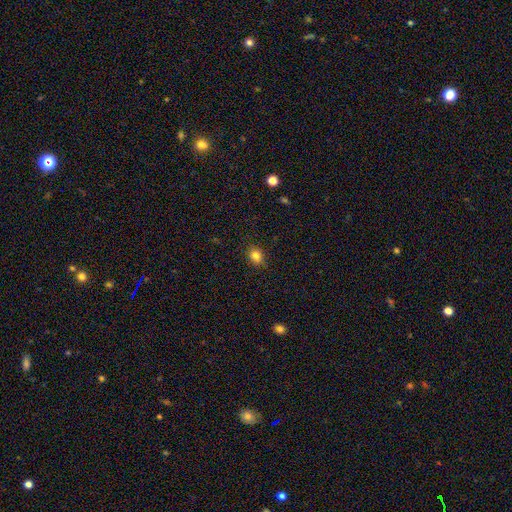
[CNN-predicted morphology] The model was most divided on "how rounded": round: 63%, in between: 36%, cigar-shaped: 1%. More confident: merging — none (88%); smooth or featured — smooth (82%).